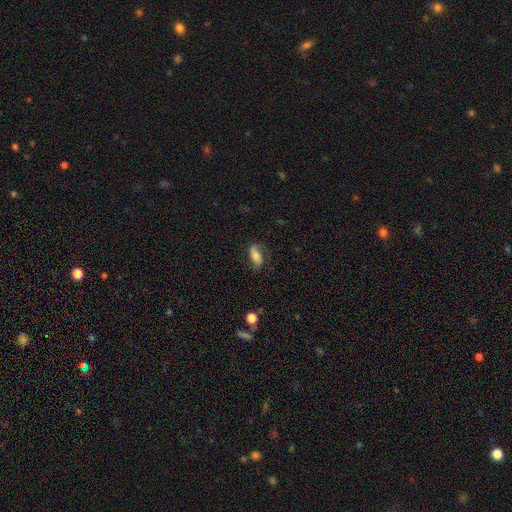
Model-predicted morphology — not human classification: Smooth or featured? smooth (48%)
Merging? none (69%)